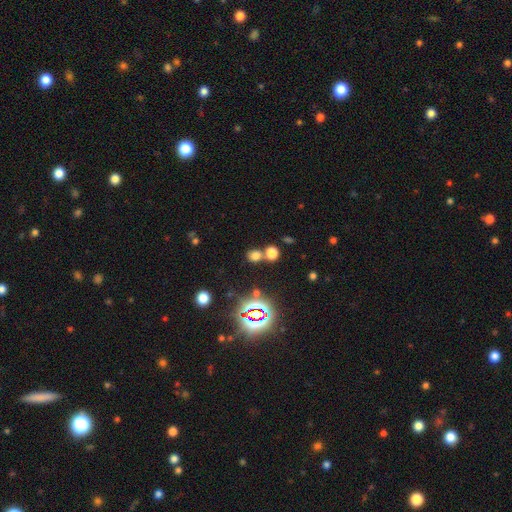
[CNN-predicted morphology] Overall: smooth (61%; star or artifact 31%). How rounded: round (75%). Merging: none (56%; merger 34%).